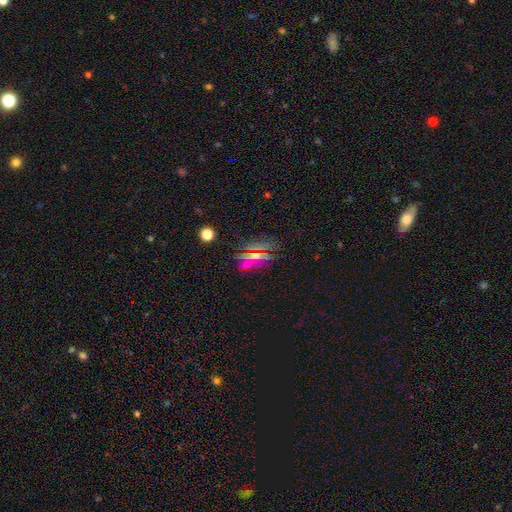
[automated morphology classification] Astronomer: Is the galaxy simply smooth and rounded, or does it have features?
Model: smooth — 49% (runner-up: star or artifact, 30%).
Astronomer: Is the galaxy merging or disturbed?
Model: none — 77%.